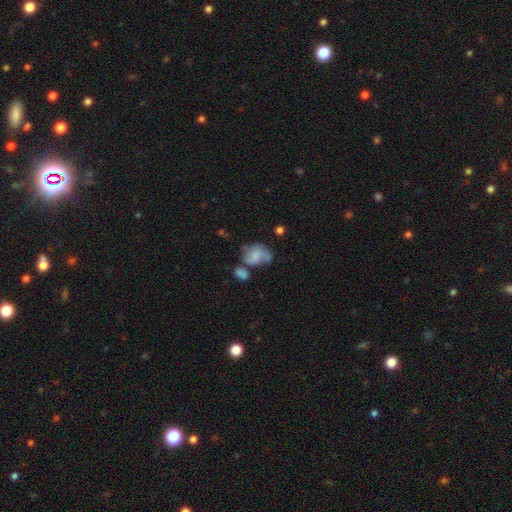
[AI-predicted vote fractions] smooth 61%, featured or disk 29%, star or artifact 10%. Down the decision tree: how rounded — in between (66%); merging — none (29%).